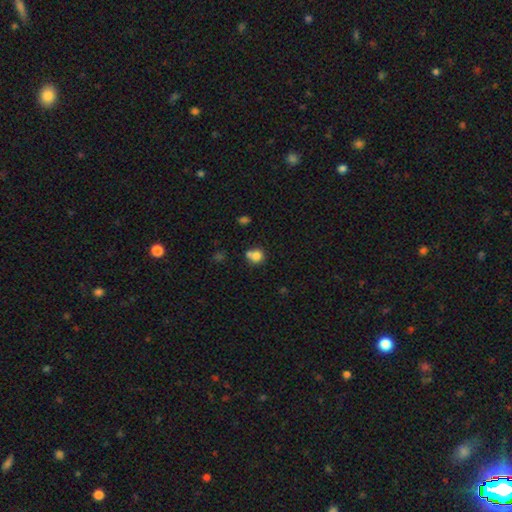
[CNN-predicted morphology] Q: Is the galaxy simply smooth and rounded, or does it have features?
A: smooth — 80%.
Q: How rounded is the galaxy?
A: round — 83%.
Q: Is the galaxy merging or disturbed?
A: none — 48%.